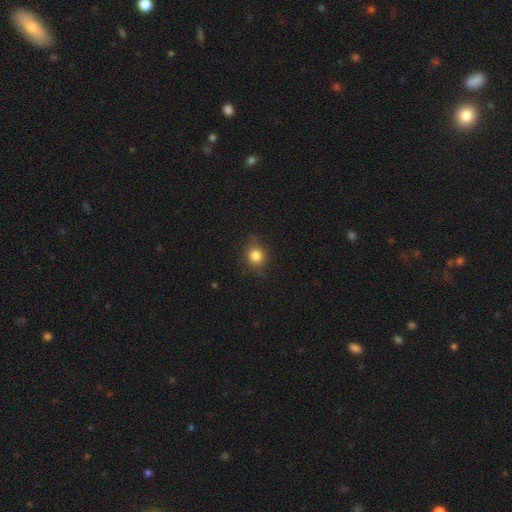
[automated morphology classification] smooth_or_featured: smooth (p=0.82) [alt: star or artifact p=0.11]
how_rounded: round (p=0.78) [alt: in between p=0.20]
merging: none (p=0.78) [alt: minor disturbance p=0.17]